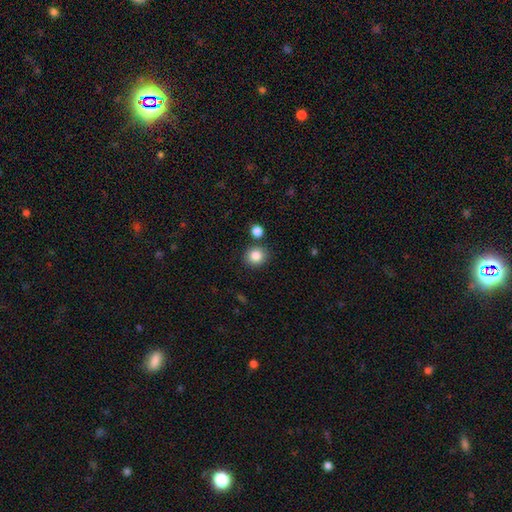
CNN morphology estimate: smooth_or_featured: smooth (p=0.85) [alt: star or artifact p=0.10]
how_rounded: round (p=0.81) [alt: in between p=0.18]
merging: none (p=0.82) [alt: minor disturbance p=0.08]